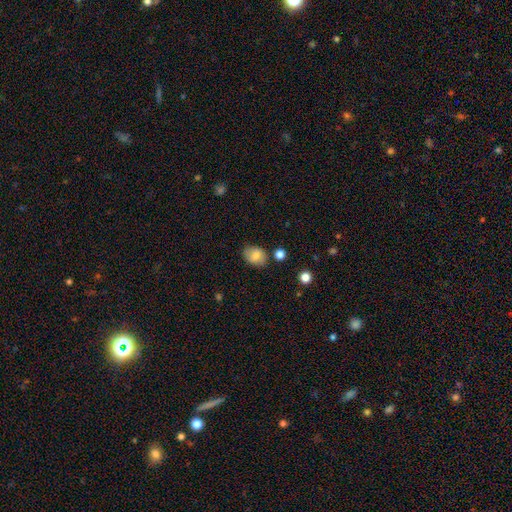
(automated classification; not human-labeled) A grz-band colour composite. It shows a smooth galaxy with no disk features (74%) that is in between round and cigar-shaped (61%). Merging: none (76%).